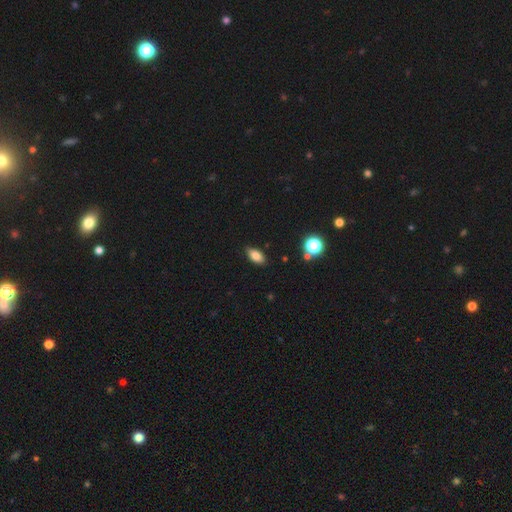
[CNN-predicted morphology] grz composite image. It shows a smooth galaxy with no disk features (83%) that is in between round and cigar-shaped (89%). Merging: none (87%).